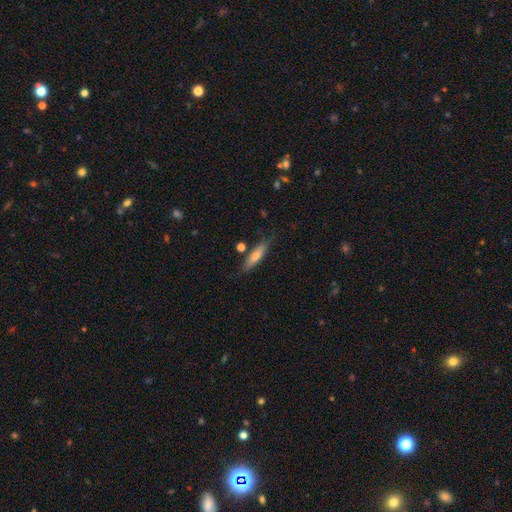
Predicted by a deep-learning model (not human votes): A smooth galaxy with no disk features (64%) that is cigar-shaped (78%).

Vote fractions:
- Smooth or featured? smooth: 64% / featured or disk: 30% / star or artifact: 7%
- How rounded? cigar-shaped: 78% / in between: 20% / round: 2%
- Merging? none: 78% / minor disturbance: 14% / merger: 4% / major disturbance: 3%